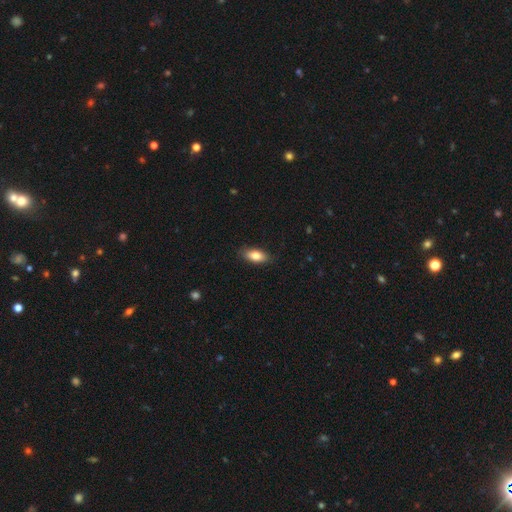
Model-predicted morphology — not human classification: Overall: smooth (83%). How rounded: in between (85%). Merging: none (86%).